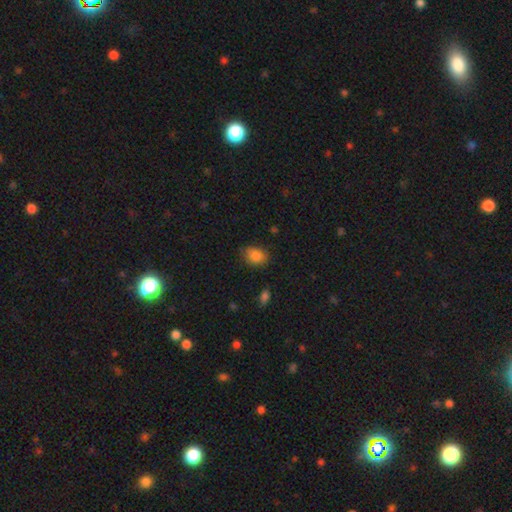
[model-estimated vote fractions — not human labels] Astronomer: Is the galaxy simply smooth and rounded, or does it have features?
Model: smooth — 85%.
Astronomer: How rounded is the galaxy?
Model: in between — 65%.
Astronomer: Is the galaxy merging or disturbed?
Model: none — 73%.